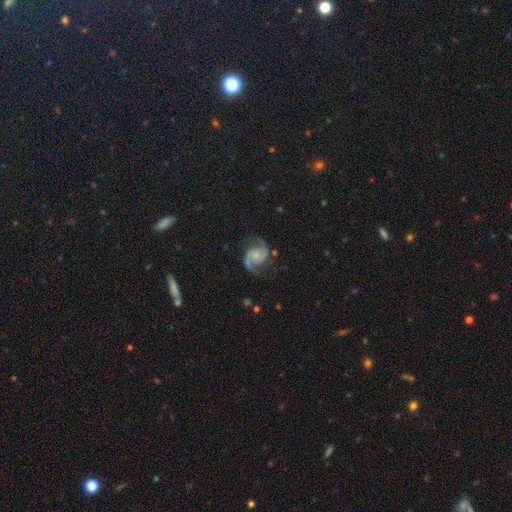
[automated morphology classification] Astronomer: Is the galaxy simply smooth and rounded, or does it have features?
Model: featured or disk — 91%.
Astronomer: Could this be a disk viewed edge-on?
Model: no — 98%.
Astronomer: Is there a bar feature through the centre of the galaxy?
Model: no — 65%.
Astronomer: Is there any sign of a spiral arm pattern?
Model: yes — 98%.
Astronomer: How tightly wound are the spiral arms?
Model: medium — 57%.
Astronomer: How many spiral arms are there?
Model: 2 — 94%.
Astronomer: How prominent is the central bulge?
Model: small — 53%.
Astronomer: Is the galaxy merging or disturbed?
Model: none — 78%.